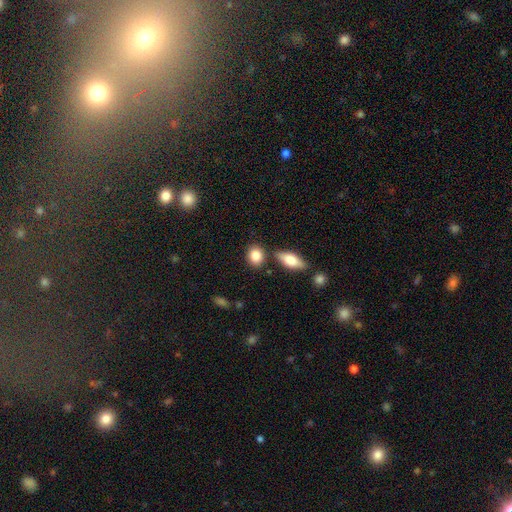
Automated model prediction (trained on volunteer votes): smooth 85%, featured or disk 8%, star or artifact 7%. Down the decision tree: how rounded — in between (55%); merging — none (75%).